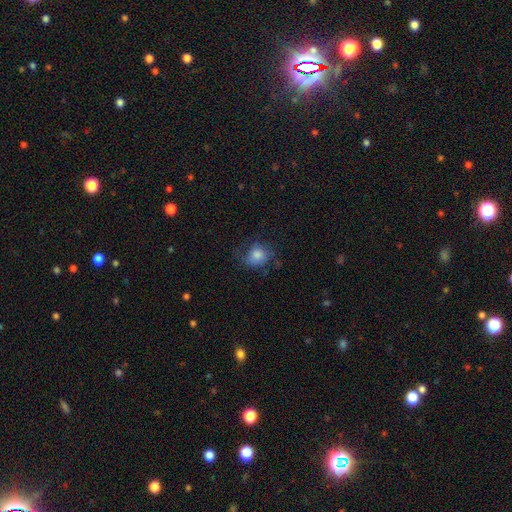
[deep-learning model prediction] Smooth or featured? Predicted: smooth (p=0.67). How rounded? Predicted: round (p=0.67). Merging? Predicted: none (p=0.57).